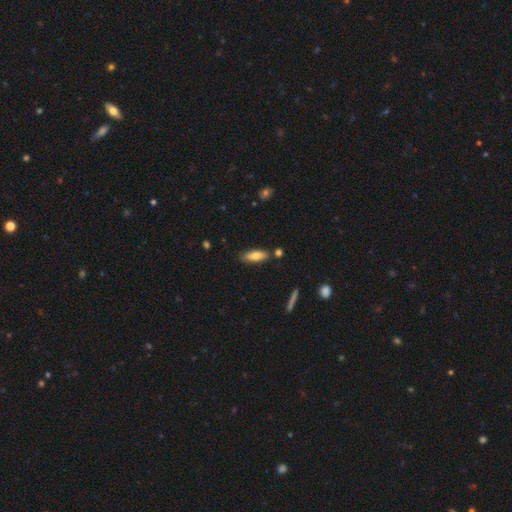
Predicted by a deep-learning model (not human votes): smooth_or_featured: smooth (p=0.75) [alt: featured or disk p=0.18]
how_rounded: in between (p=0.57) [alt: cigar-shaped p=0.41]
merging: none (p=0.76) [alt: minor disturbance p=0.15]